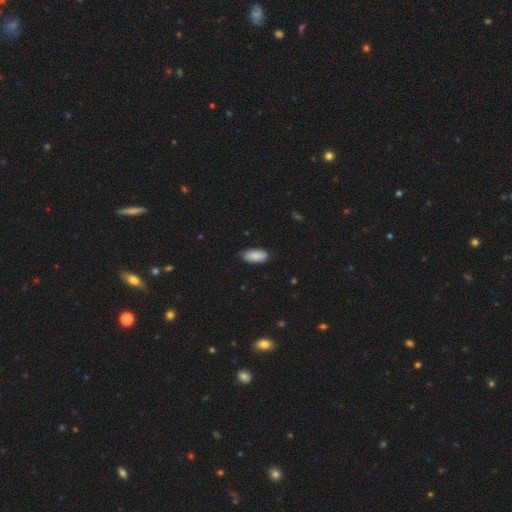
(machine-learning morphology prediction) A smooth galaxy with no disk features (87%) that is in between round and cigar-shaped (89%). Merging: none (79%).